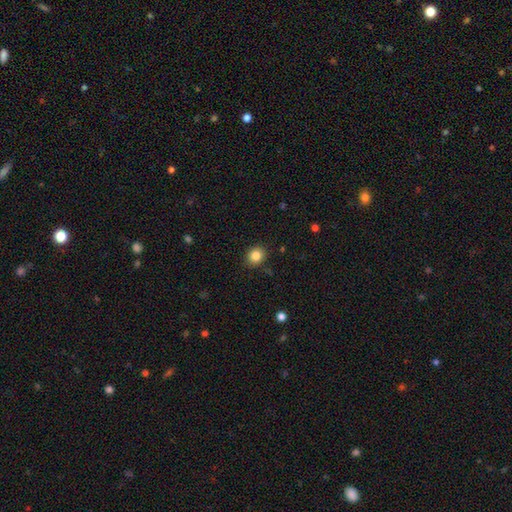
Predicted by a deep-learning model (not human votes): Smooth or featured: smooth — 84% (star or artifact — 11%)
How rounded: round — 71% (in between — 28%)
Merging: none — 89% (minor disturbance — 8%)